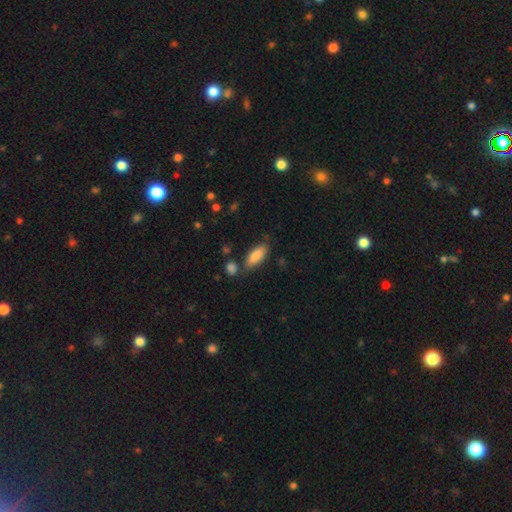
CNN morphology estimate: type=smooth (84%); roundness=in between (72%); merging=none (76%).